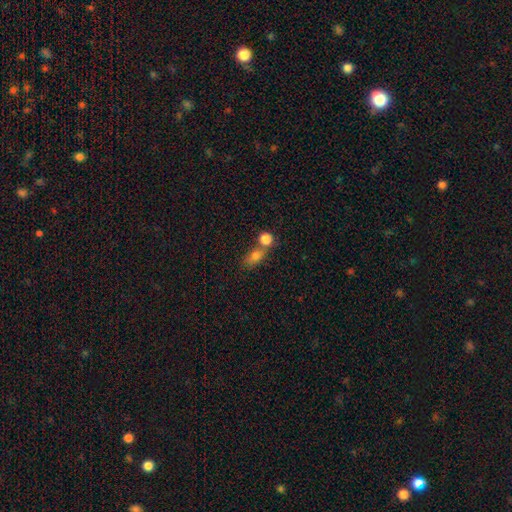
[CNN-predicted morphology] Overall: smooth (78%). How rounded: in between (63%; round 31%). Merging: merger (46%; none 38%).